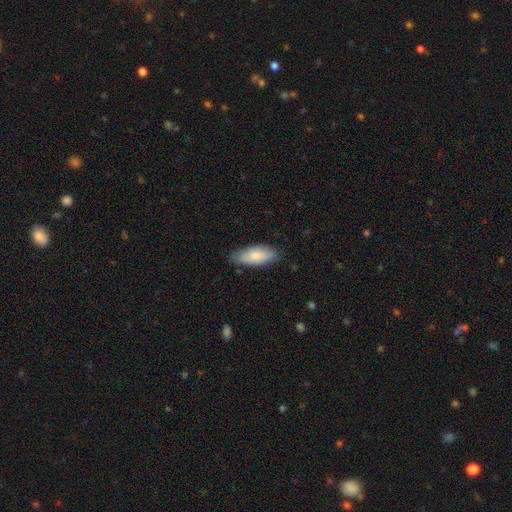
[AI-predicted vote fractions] Smooth or featured? smooth (80%)
How rounded? in between (80%)
Merging? none (76%)